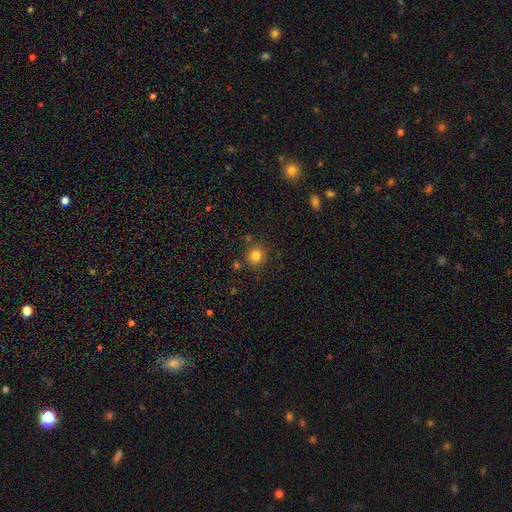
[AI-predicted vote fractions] Smooth or featured: smooth — 83% (star or artifact — 12%)
How rounded: round — 88% (in between — 11%)
Merging: none — 83% (minor disturbance — 9%)